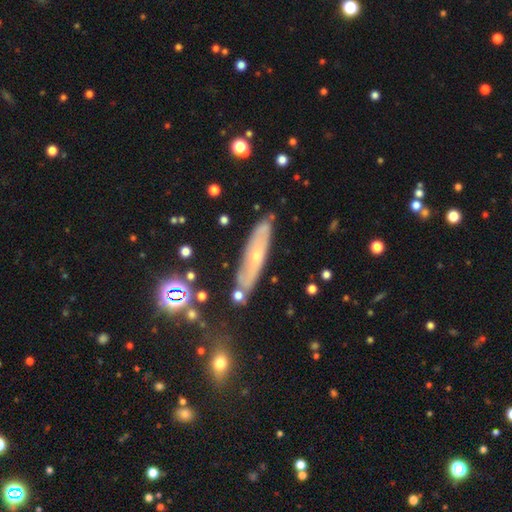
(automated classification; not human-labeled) Smooth or featured? Predicted: featured or disk (p=0.55). Edge-on disk? Predicted: no (p=0.52). Merging? Predicted: none (p=0.77).